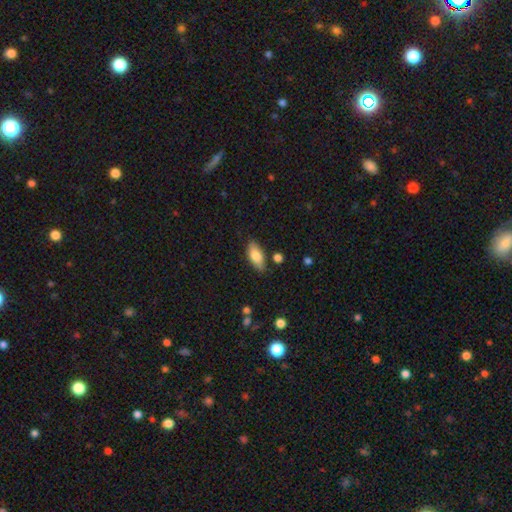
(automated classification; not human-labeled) Smooth or featured?
  - smooth: 80% *
  - featured or disk: 13%
  - star or artifact: 6%
How rounded?
  - in between: 87% *
  - cigar-shaped: 11%
  - round: 2%
Merging?
  - none: 79% *
  - minor disturbance: 15%
  - merger: 3%
  - major disturbance: 3%